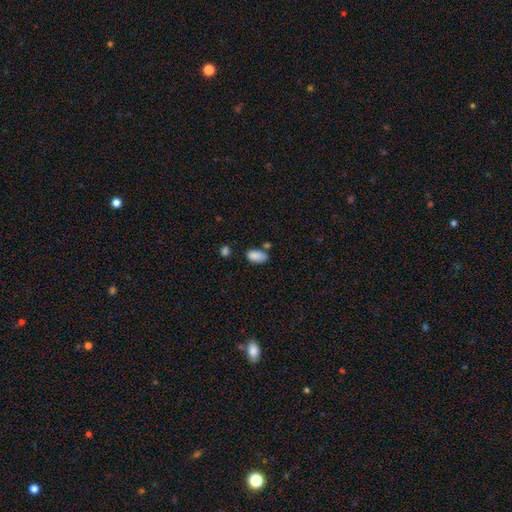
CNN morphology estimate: The model was most divided on "merging": none: 62%, minor disturbance: 21%, merger: 11%, major disturbance: 5%. More confident: how rounded — in between (93%); smooth or featured — smooth (87%).